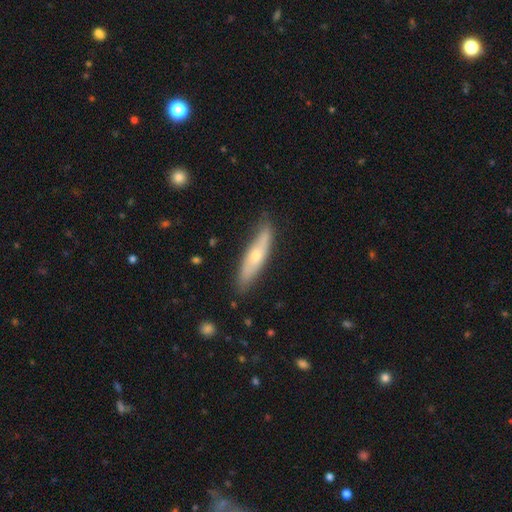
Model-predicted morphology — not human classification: This is possibly a smooth galaxy (48%). Merging: likely none (80%).